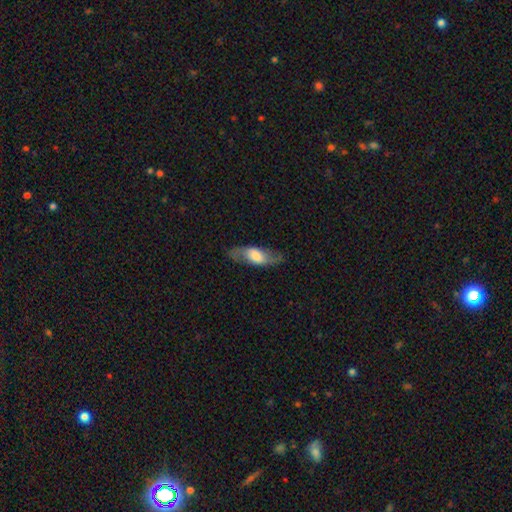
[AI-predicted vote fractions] Q: Smooth or featured?
A: featured or disk (48%); runner-up: smooth (46%)
Q: Merging?
A: none (77%); runner-up: minor disturbance (15%)